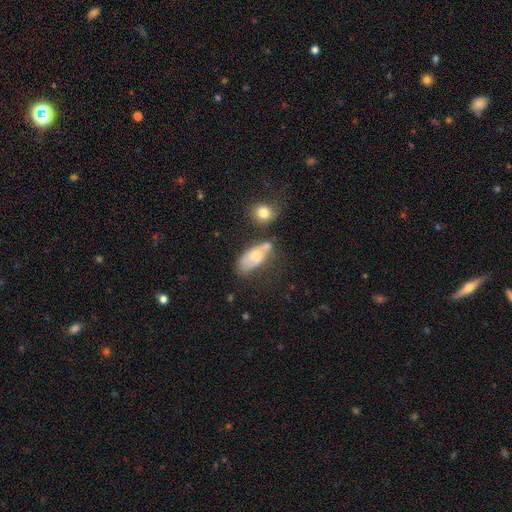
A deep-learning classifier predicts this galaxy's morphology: smooth_or_featured: smooth (p=0.53) [alt: featured or disk p=0.39]
how_rounded: in between (p=0.85) [alt: cigar-shaped p=0.08]
merging: none (p=0.32) [alt: merger p=0.25]